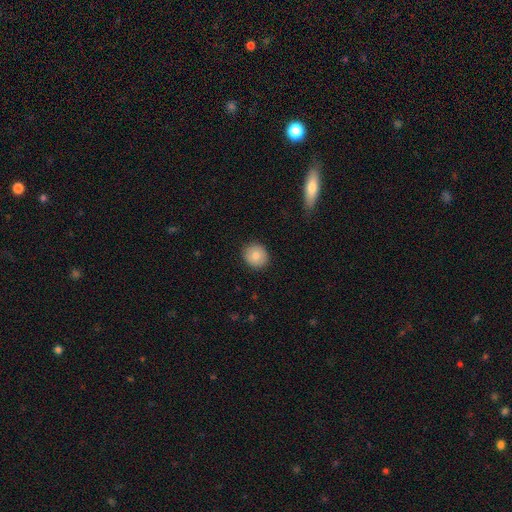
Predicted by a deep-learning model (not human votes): Smooth or featured? smooth (81%)
How rounded? round (85%)
Merging? none (89%)